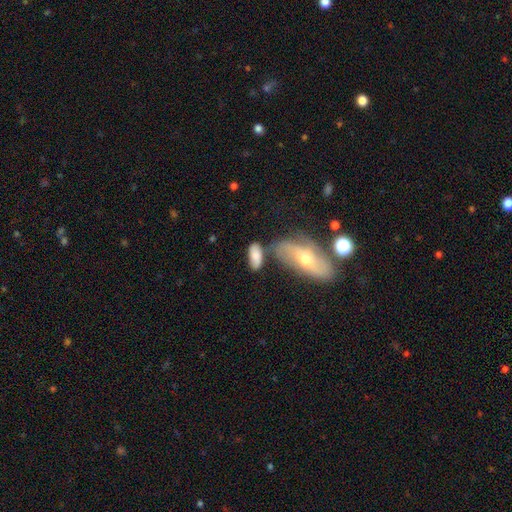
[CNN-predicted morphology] Smooth or featured: smooth — 74% (featured or disk — 19%)
How rounded: in between — 86% (cigar-shaped — 10%)
Merging: none — 49% (merger — 23%)